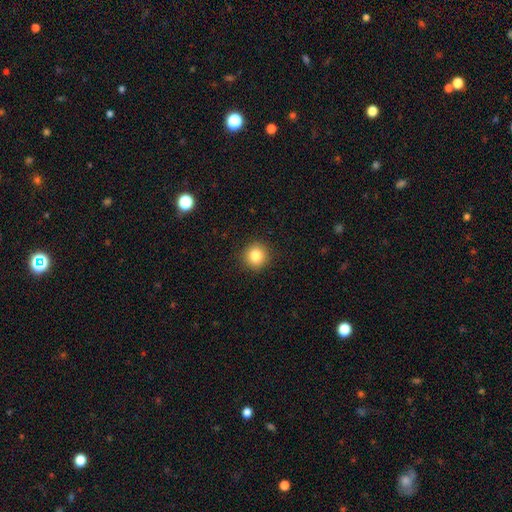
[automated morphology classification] type=smooth (83%); roundness=round (92%); merging=none (91%).